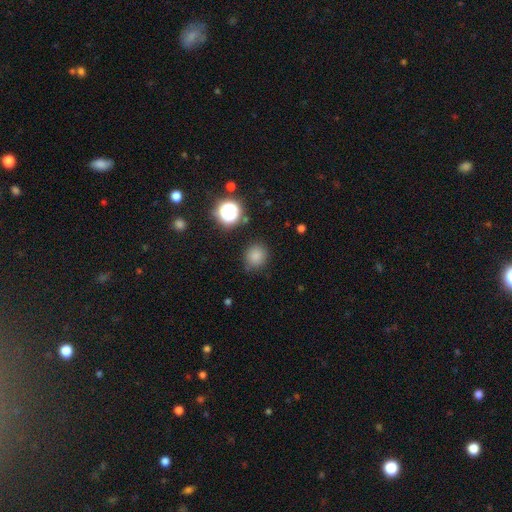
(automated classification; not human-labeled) This appears to be a smooth galaxy with no disk features (80%) that is round (88%). Merging: none (85%).